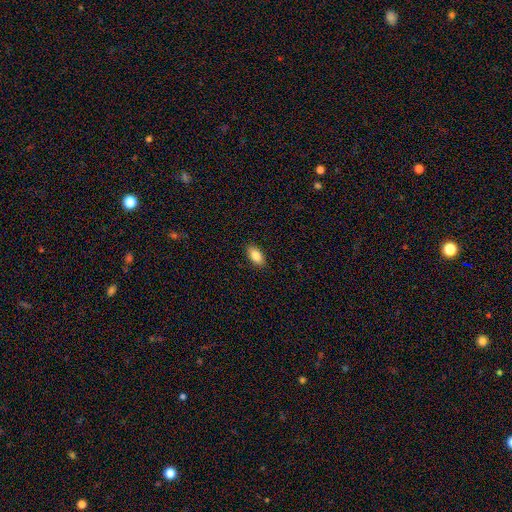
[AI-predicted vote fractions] This is clearly a smooth galaxy (86%). How rounded: clearly in between (91%). Merging: clearly none (89%).